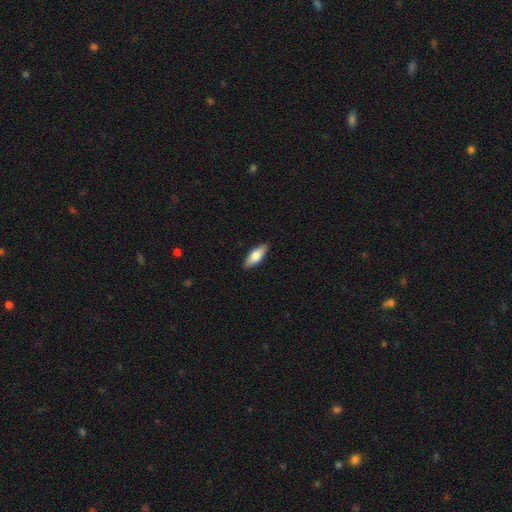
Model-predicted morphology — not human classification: Smooth or featured: smooth — 71% (featured or disk — 23%)
How rounded: in between — 71% (cigar-shaped — 27%)
Merging: none — 89% (minor disturbance — 9%)